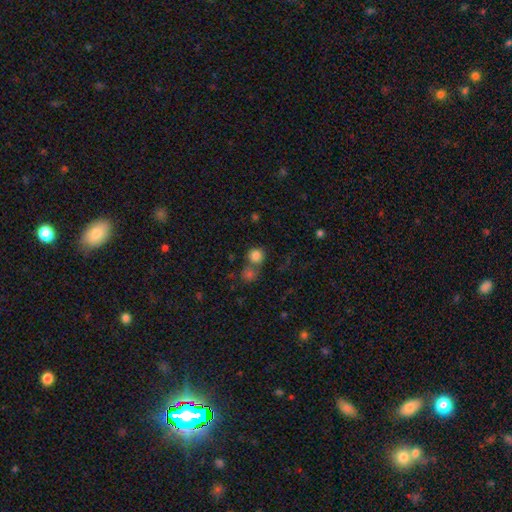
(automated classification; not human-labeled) This is clearly a smooth galaxy (81%). How rounded: clearly round (87%). Merging: possibly none (53%).